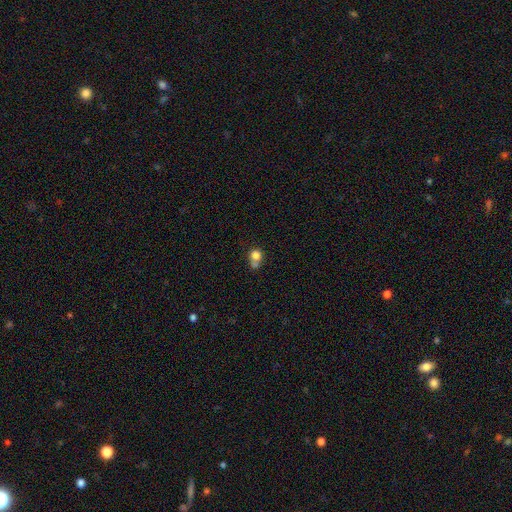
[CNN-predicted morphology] A smooth galaxy with no disk features (78%) that is round (74%). Merging: none (38%).